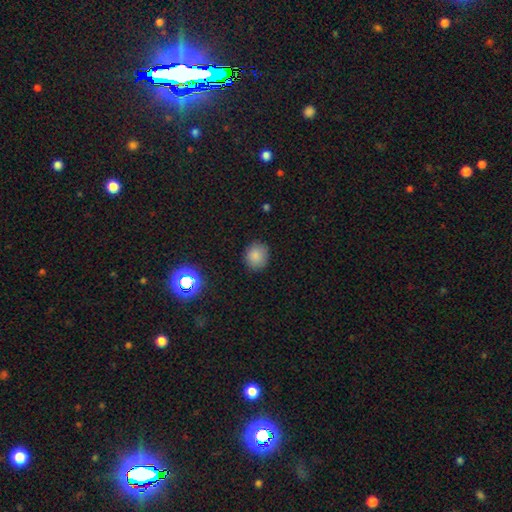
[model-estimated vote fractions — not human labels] Smooth or featured?
  - smooth: 83% *
  - star or artifact: 12%
  - featured or disk: 5%
How rounded?
  - round: 73% *
  - in between: 26%
  - cigar-shaped: 1%
Merging?
  - none: 87% *
  - minor disturbance: 9%
  - major disturbance: 3%
  - merger: 1%